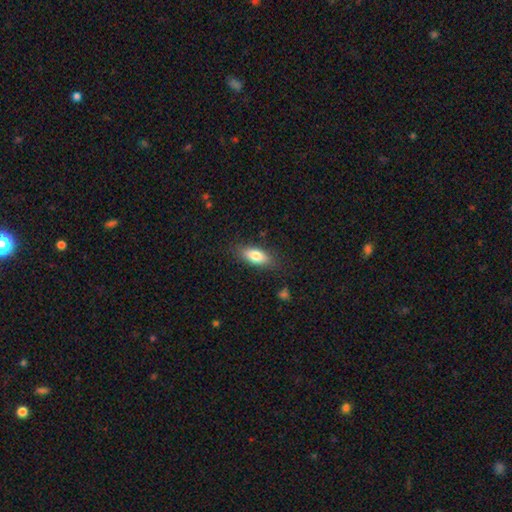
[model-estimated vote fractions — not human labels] smooth_or_featured: smooth (p=0.80) [alt: featured or disk p=0.13]
how_rounded: in between (p=0.80) [alt: cigar-shaped p=0.17]
merging: none (p=0.83) [alt: minor disturbance p=0.13]